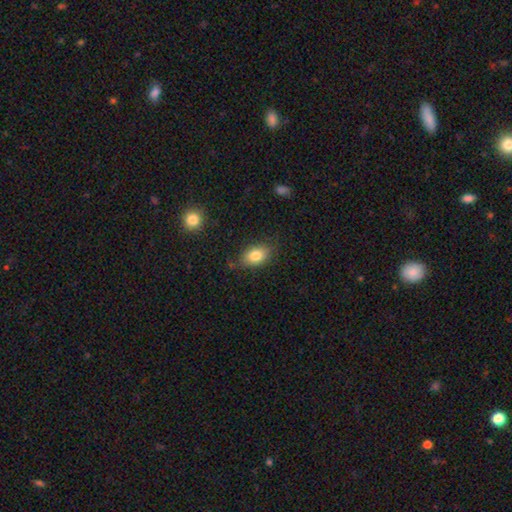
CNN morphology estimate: Smooth or featured? Predicted: smooth (p=0.81). How rounded? Predicted: in between (p=0.85). Merging? Predicted: none (p=0.77).